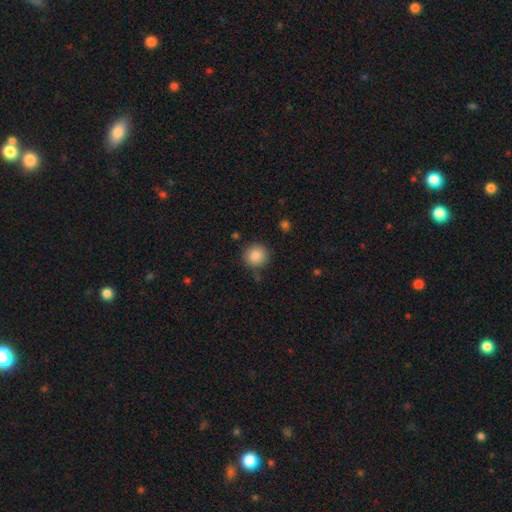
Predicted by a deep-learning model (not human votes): Smooth or featured: smooth — 87% (star or artifact — 8%)
How rounded: round — 93% (in between — 6%)
Merging: none — 85% (minor disturbance — 10%)